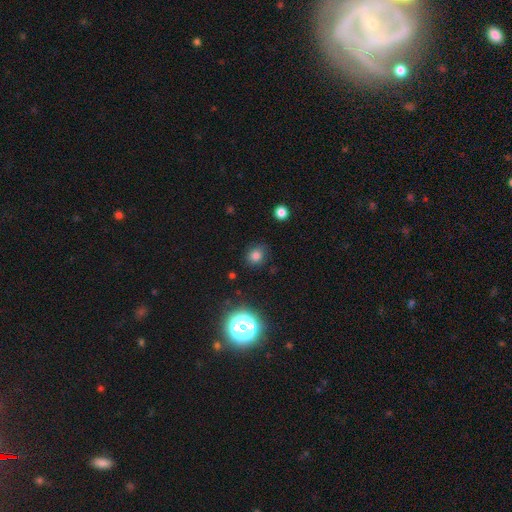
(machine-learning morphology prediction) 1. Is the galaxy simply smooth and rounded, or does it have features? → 76% smooth, 17% star or artifact, 7% featured or disk.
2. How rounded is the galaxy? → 74% round, 25% in between, 1% cigar-shaped.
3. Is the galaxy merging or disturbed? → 82% none, 13% minor disturbance, 4% major disturbance, 2% merger.